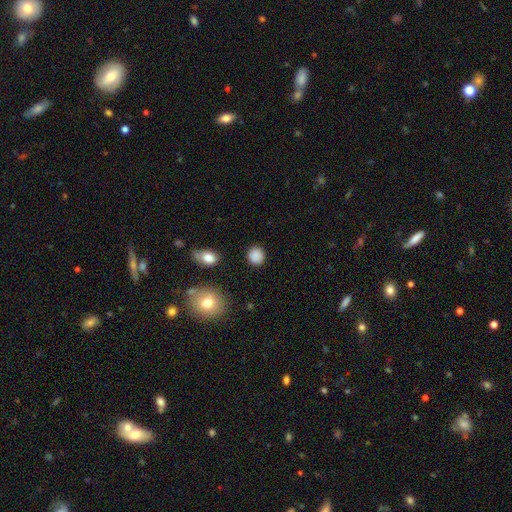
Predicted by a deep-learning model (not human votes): Overall: smooth (85%). How rounded: round (87%). Merging: none (87%).